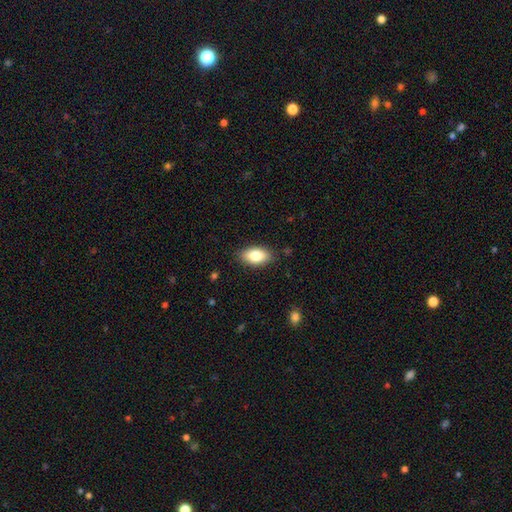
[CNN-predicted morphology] Smooth or featured? smooth (80%)
How rounded? in between (91%)
Merging? none (85%)